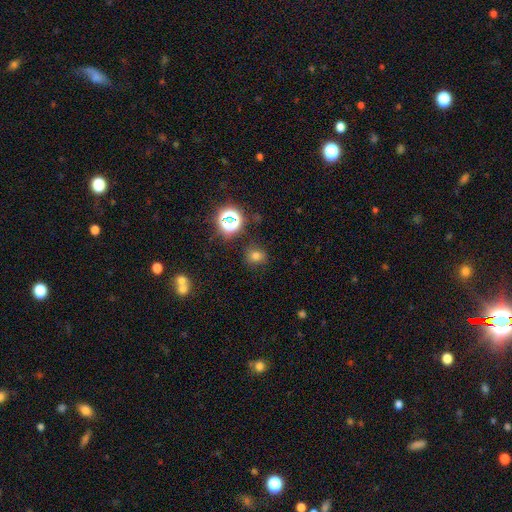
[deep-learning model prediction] smooth-or-featured: smooth: 69% | star or artifact: 23% | featured or disk: 8%
  how-rounded: round: 79% | in between: 20% | cigar-shaped: 1%
  merging: none: 82% | minor disturbance: 12% | major disturbance: 4% | merger: 3%